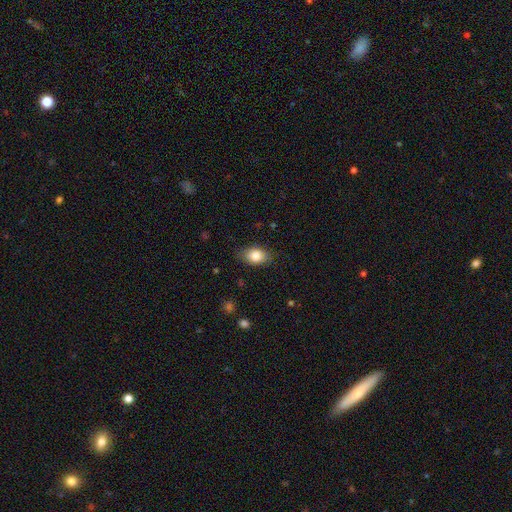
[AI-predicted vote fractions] A smooth galaxy with no disk features (83%) that is in between round and cigar-shaped (80%).

Vote fractions:
- Smooth or featured? smooth: 83% / featured or disk: 9% / star or artifact: 8%
- How rounded? in between: 80% / round: 19% / cigar-shaped: 2%
- Merging? none: 82% / minor disturbance: 14% / major disturbance: 3% / merger: 1%